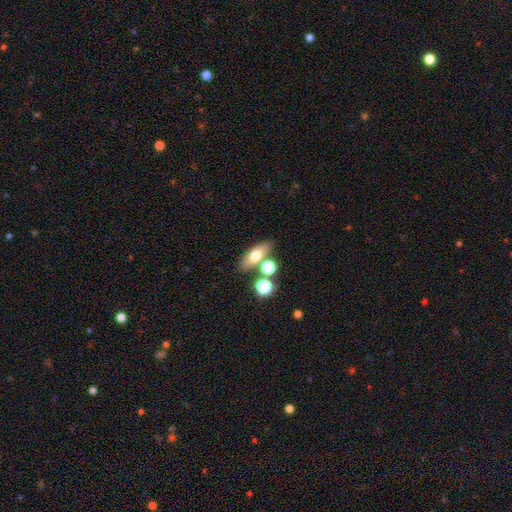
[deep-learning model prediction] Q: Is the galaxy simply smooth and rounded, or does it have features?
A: smooth — 65%.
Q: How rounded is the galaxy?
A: in between — 65%.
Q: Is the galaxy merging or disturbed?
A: none — 67%.